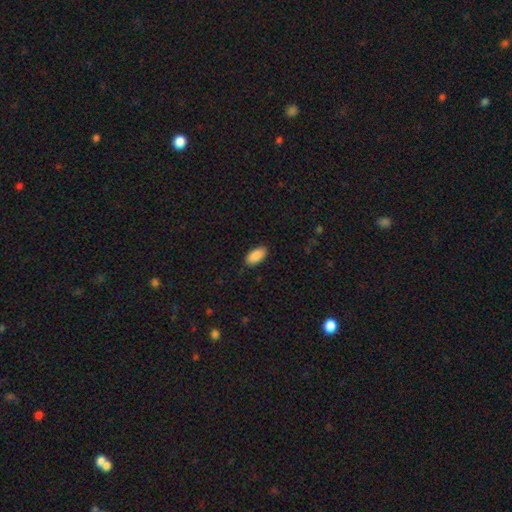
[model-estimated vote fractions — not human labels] A smooth galaxy with no disk features (90%) that is in between round and cigar-shaped (94%). Merging: none (88%).